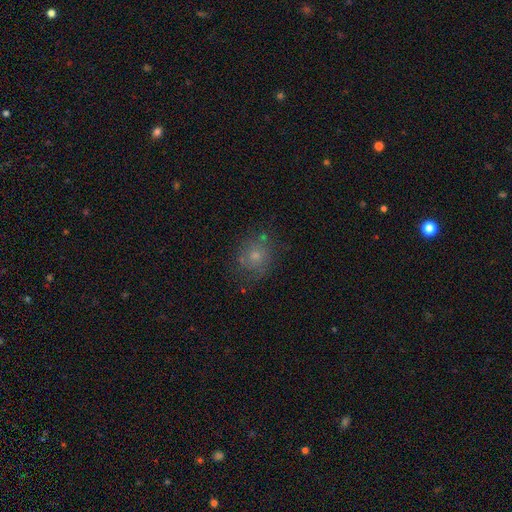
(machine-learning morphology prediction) Smooth or featured? smooth (53%)
How rounded? round (79%)
Merging? none (69%)